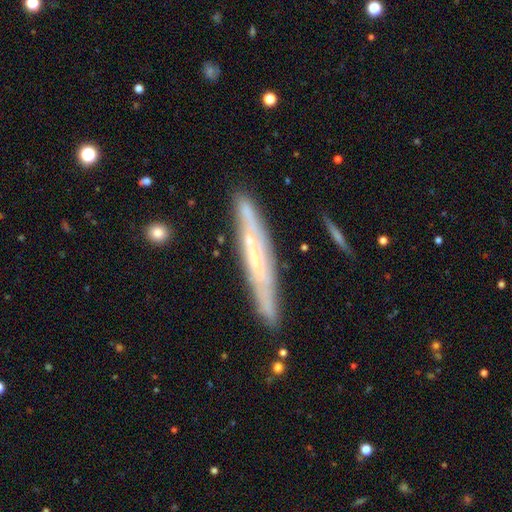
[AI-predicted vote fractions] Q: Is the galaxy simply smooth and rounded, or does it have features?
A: featured or disk — 67%.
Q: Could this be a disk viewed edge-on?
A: yes — 77%.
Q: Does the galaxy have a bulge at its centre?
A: none — 65%.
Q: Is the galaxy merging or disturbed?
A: none — 82%.